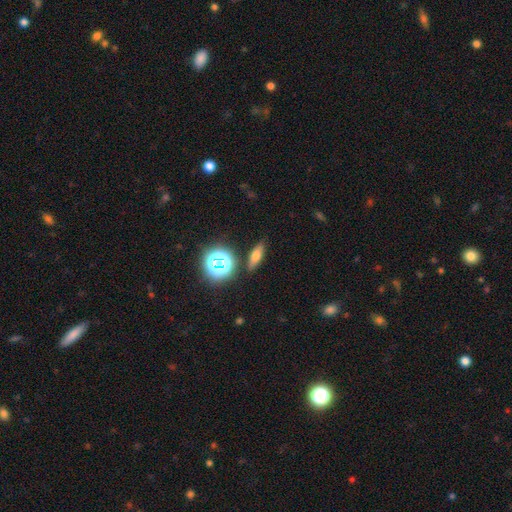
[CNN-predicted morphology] Q: Smooth or featured?
A: smooth (60%); runner-up: featured or disk (21%)
Q: How rounded?
A: in between (46%); runner-up: cigar-shaped (42%)
Q: Merging?
A: none (85%); runner-up: minor disturbance (9%)